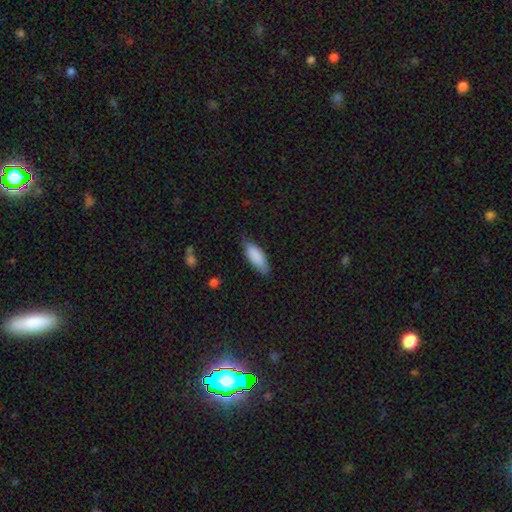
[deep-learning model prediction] smooth 87%, featured or disk 7%, star or artifact 6%. Down the decision tree: how rounded — in between (75%); merging — none (72%).